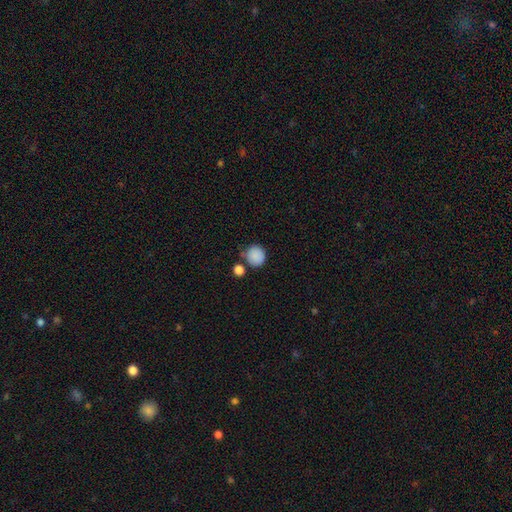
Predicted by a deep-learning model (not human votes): Morphology: type=smooth (86%); roundness=round (86%); merging=none (70%).